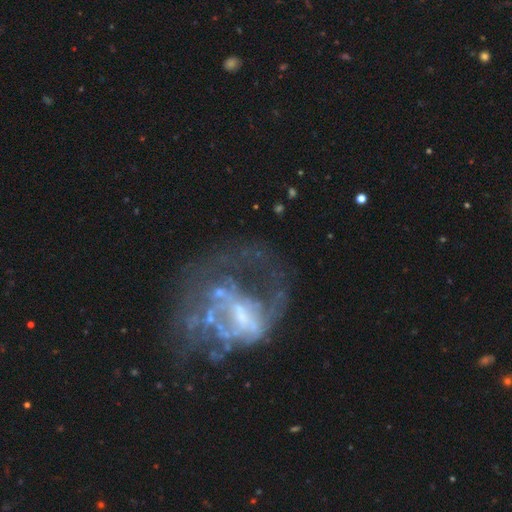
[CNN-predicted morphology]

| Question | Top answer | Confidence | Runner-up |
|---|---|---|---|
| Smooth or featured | featured or disk | 69% | star or artifact (17%) |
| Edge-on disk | no | 97% | yes (3%) |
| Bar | no | 58% | weak (29%) |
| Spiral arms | no | 61% | yes (39%) |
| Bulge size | none | 41% | small (33%) |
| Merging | major disturbance | 47% | none (30%) |